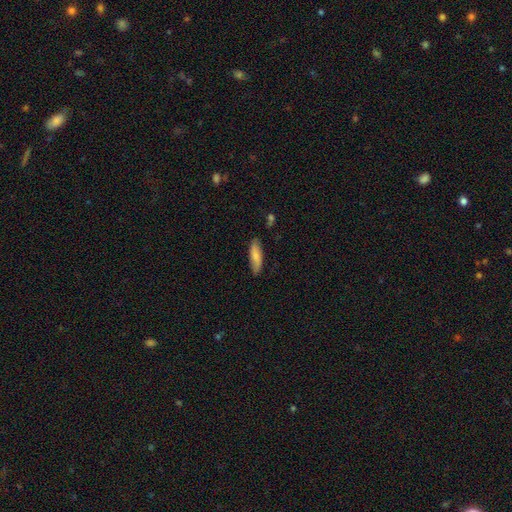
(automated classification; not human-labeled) This is likely a smooth galaxy (78%). How rounded: possibly cigar-shaped (55%). Merging: clearly none (82%).